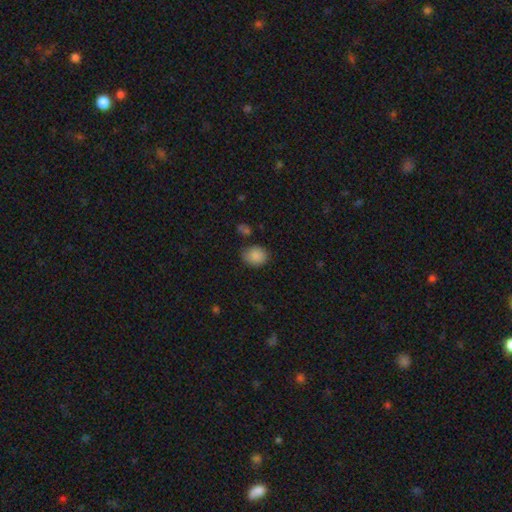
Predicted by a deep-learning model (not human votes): Overall: smooth (87%). How rounded: round (52%; in between 48%). Merging: none (73%).